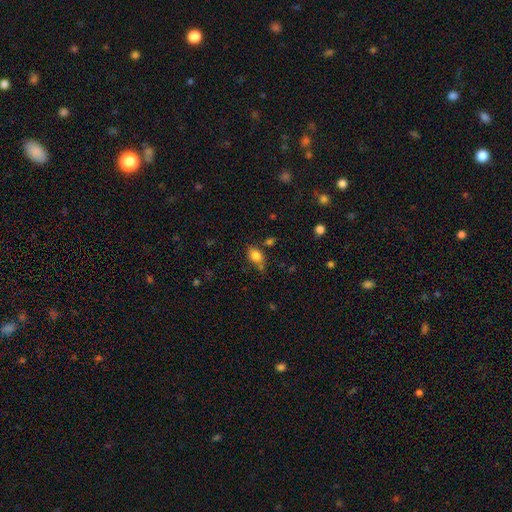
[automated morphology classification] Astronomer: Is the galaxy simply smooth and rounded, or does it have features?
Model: smooth — 82%.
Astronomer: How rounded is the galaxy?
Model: in between — 67%.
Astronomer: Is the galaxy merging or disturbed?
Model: none — 58%.